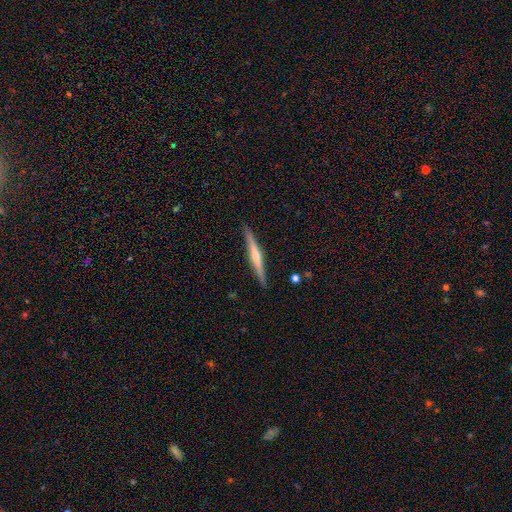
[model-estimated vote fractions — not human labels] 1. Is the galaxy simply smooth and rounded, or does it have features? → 71% featured or disk, 23% smooth, 5% star or artifact.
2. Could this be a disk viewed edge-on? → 98% yes, 2% no.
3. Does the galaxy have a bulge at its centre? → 80% rounded, 14% none, 6% boxy.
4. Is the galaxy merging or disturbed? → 91% none, 6% minor disturbance, 1% major disturbance, 1% merger.